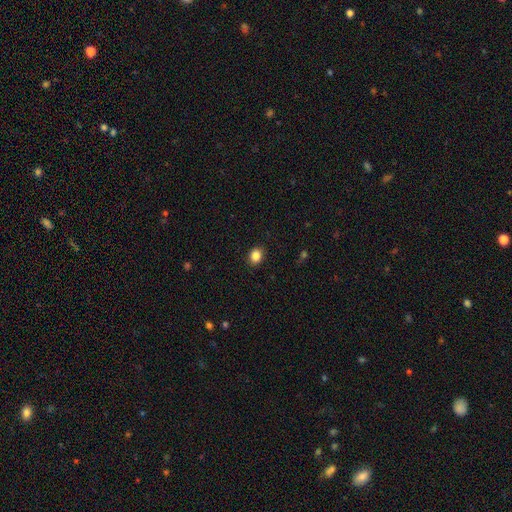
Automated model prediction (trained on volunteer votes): smooth 86%, star or artifact 10%, featured or disk 4%. Down the decision tree: how rounded — in between (50%, tied with round); merging — none (89%).